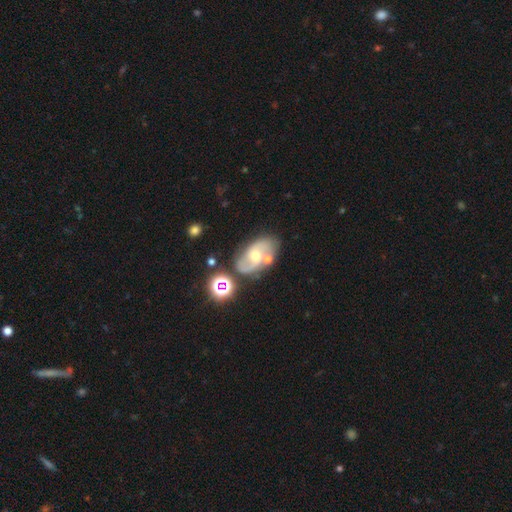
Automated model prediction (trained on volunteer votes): Smooth or featured: featured or disk — 68% (smooth — 21%)
Edge-on disk: no — 95% (yes — 5%)
Bar: no — 57% (weak — 34%)
Spiral arms: yes — 85% (no — 15%)
Spiral winding: medium — 43% (loose — 40%)
Spiral arm count: 2 — 82% (can't tell — 9%)
Bulge size: moderate — 57% (small — 37%)
Merging: none — 62% (minor disturbance — 17%)